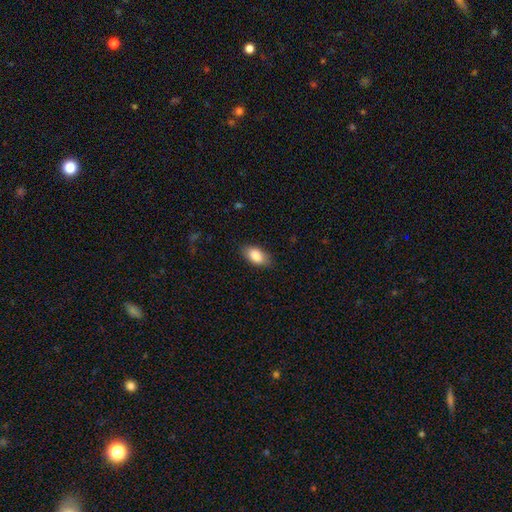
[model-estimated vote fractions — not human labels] Q: Smooth or featured?
A: smooth (87%); runner-up: featured or disk (7%)
Q: How rounded?
A: in between (92%); runner-up: round (4%)
Q: Merging?
A: none (84%); runner-up: minor disturbance (12%)